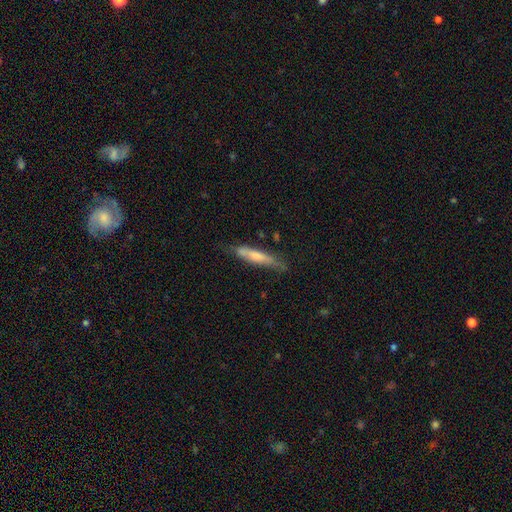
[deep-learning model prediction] Smooth or featured? smooth (59%)
How rounded? cigar-shaped (89%)
Merging? none (64%)